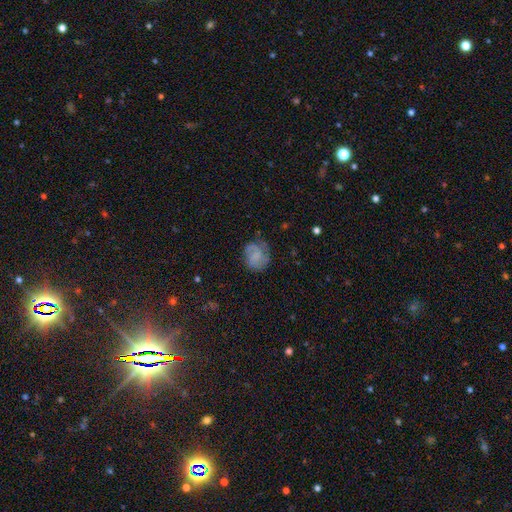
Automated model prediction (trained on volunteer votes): A featured or disk galaxy (49%).

Vote fractions:
- Smooth or featured? featured or disk: 49% / smooth: 43% / star or artifact: 9%
- Merging? none: 64% / minor disturbance: 22% / major disturbance: 12% / merger: 2%